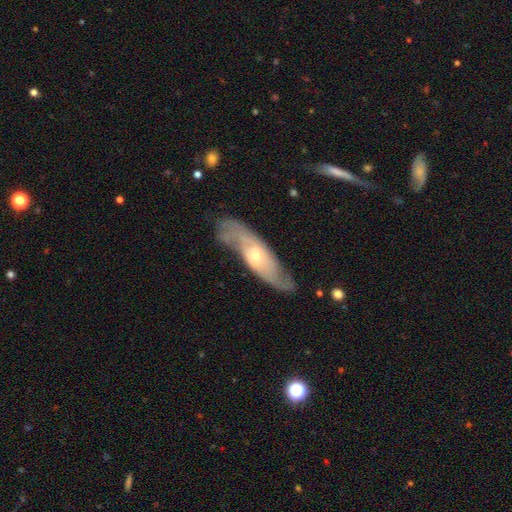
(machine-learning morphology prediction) Smooth or featured? Predicted: featured or disk (p=0.75). Edge-on disk? Predicted: no (p=0.80). Bar? Predicted: no (p=0.69). Spiral arms? Predicted: yes (p=0.88). Spiral winding? Predicted: medium (p=0.40). Spiral arm count? Predicted: 2 (p=0.77). Bulge size? Predicted: small (p=0.65). Merging? Predicted: none (p=0.69).